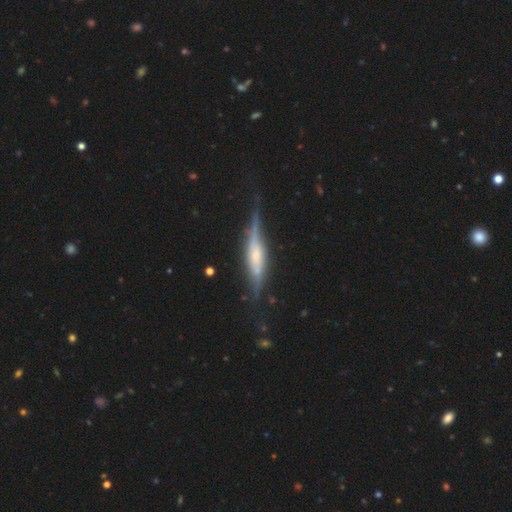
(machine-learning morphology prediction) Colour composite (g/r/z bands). It shows a featured or disk galaxy (75%) viewed edge-on (90%) with a rounded central bulge (45%). Merging: none (64%).